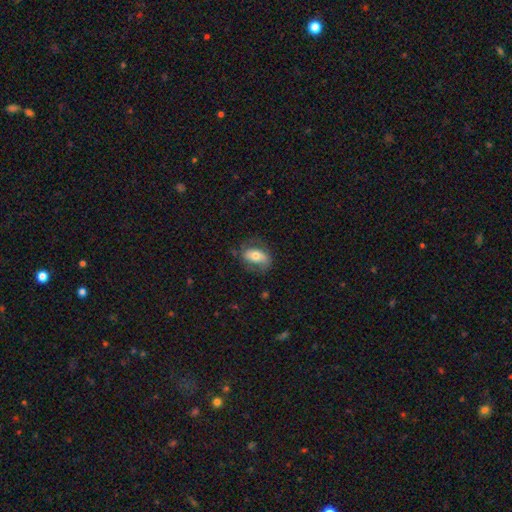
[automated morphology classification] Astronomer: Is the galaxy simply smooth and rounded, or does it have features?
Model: smooth — 58% (runner-up: featured or disk, 35%).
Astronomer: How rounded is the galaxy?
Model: in between — 88%.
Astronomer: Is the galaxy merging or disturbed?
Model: none — 62%.